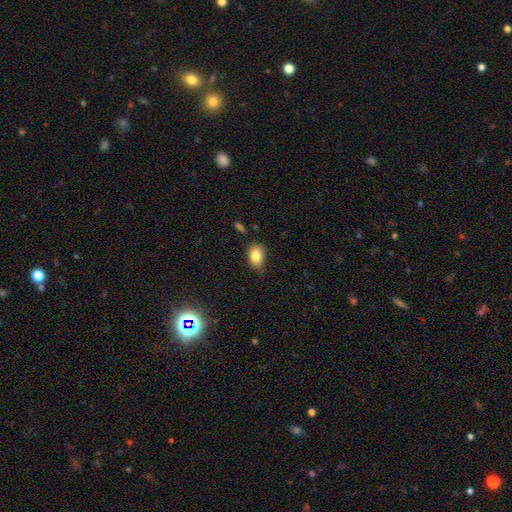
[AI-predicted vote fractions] Smooth or featured: smooth — 84% (star or artifact — 9%)
How rounded: in between — 81% (round — 18%)
Merging: none — 75% (minor disturbance — 19%)